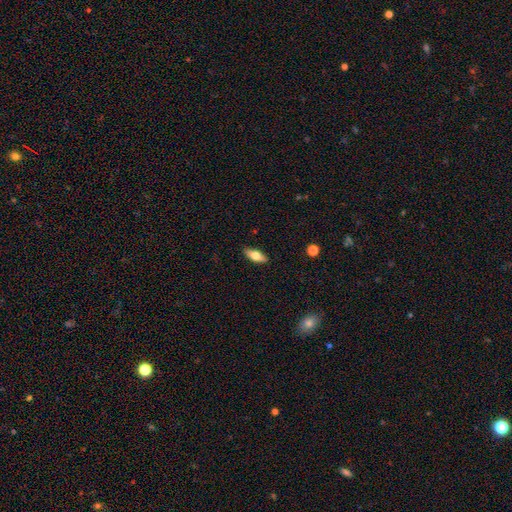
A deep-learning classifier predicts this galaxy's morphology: Smooth or featured: smooth — 64% (featured or disk — 29%)
How rounded: in between — 75% (cigar-shaped — 22%)
Merging: none — 89% (minor disturbance — 8%)